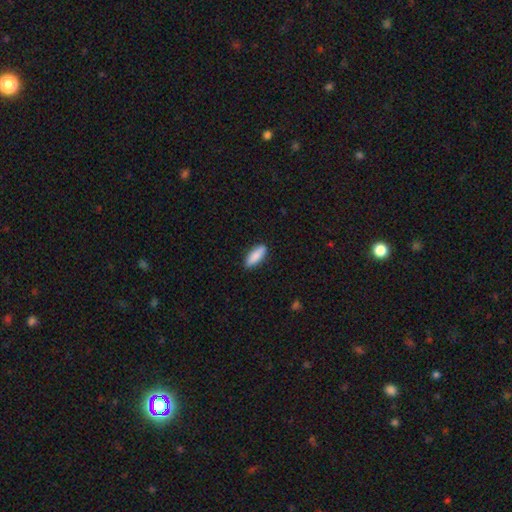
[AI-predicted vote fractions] Morphology: type=smooth (87%); roundness=in between (66%); merging=none (89%).